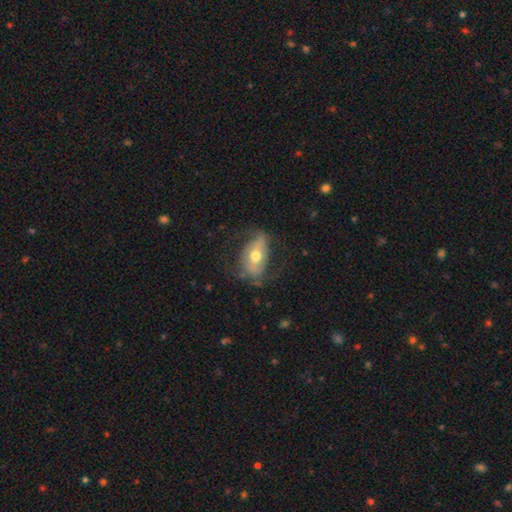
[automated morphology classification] A featured or disk galaxy (63%) with a strong bar (37%), spiral arms (63%) and a moderate central bulge (72%). Merging: none (56%).